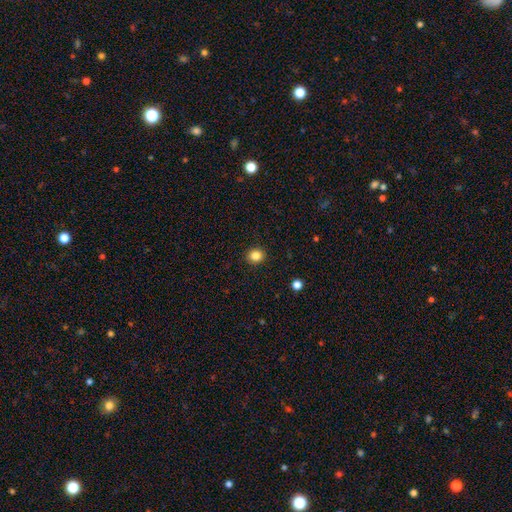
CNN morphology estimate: Smooth or featured?
  - smooth: 84% *
  - star or artifact: 11%
  - featured or disk: 5%
How rounded?
  - round: 82% *
  - in between: 17%
  - cigar-shaped: 1%
Merging?
  - none: 91% *
  - minor disturbance: 6%
  - major disturbance: 2%
  - merger: 1%